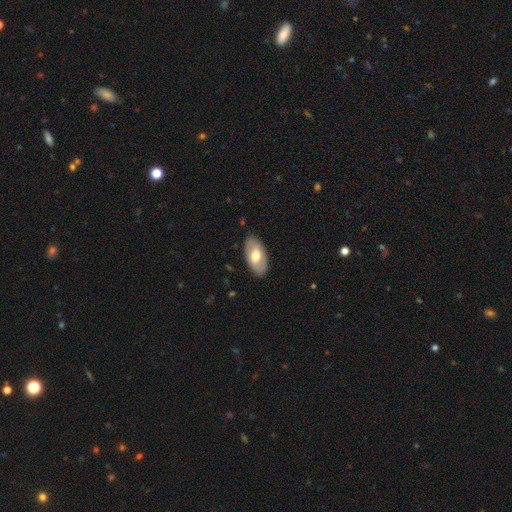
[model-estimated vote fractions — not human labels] Smooth or featured? smooth (50%)
How rounded? in between (94%)
Merging? none (85%)